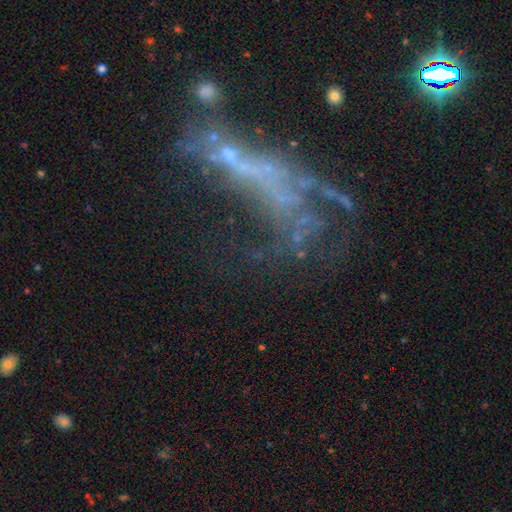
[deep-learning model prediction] Morphology: type=featured or disk (55%); edge-on=no (89%); merging=major disturbance (42%).